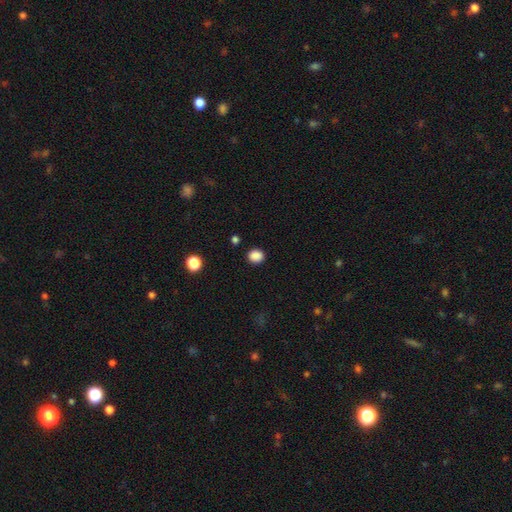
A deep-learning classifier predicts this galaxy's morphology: smooth_or_featured: smooth (p=0.87) [alt: star or artifact p=0.10]
how_rounded: round (p=0.69) [alt: in between p=0.31]
merging: none (p=0.89) [alt: minor disturbance p=0.07]